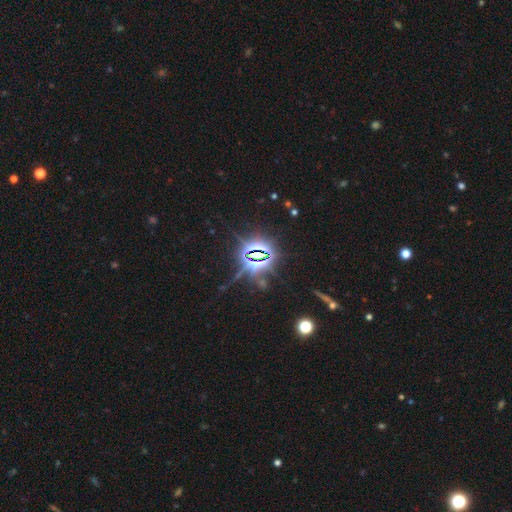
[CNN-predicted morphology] A star or artifact, not a galaxy (83%).